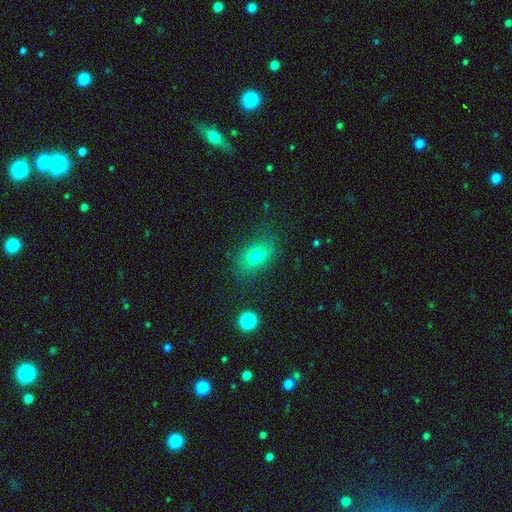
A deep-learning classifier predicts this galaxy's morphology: Smooth or featured? Predicted: smooth (p=0.70). How rounded? Predicted: in between (p=0.84). Merging? Predicted: none (p=0.77).